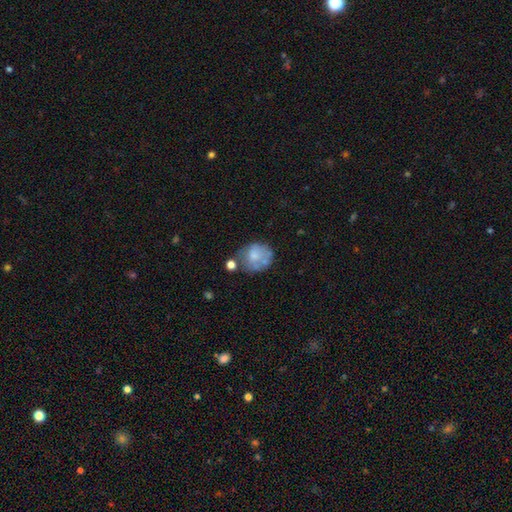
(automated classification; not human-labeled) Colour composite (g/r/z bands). It shows a smooth galaxy with no disk features (60%) that is round (67%). Merging: none (43%).